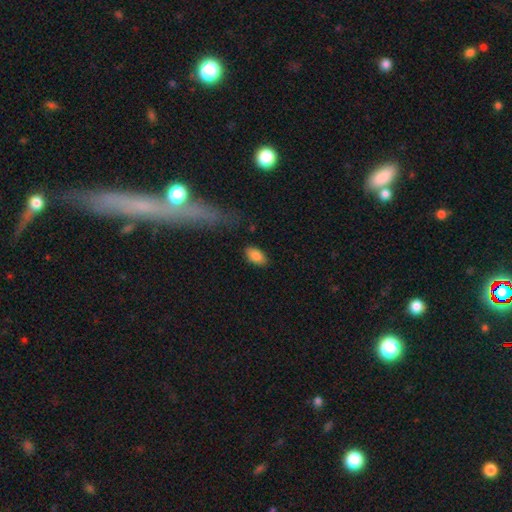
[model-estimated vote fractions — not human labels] A smooth galaxy with no disk features (85%) that is in between round and cigar-shaped (93%). Merging: none (83%).